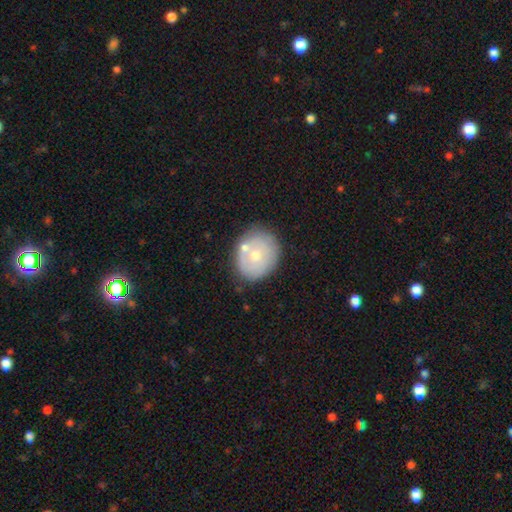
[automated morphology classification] The model was most divided on "smooth or featured": smooth: 59%, featured or disk: 34%, star or artifact: 8%. More confident: merging — none (68%); how rounded — round (66%).